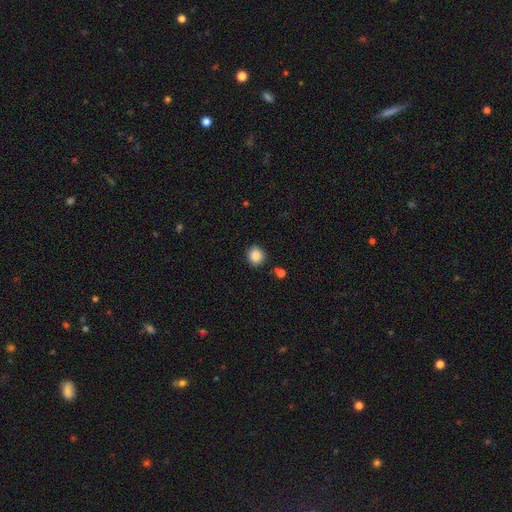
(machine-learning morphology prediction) Smooth or featured: smooth — 86% (star or artifact — 9%)
How rounded: round — 86% (in between — 13%)
Merging: none — 88% (minor disturbance — 8%)